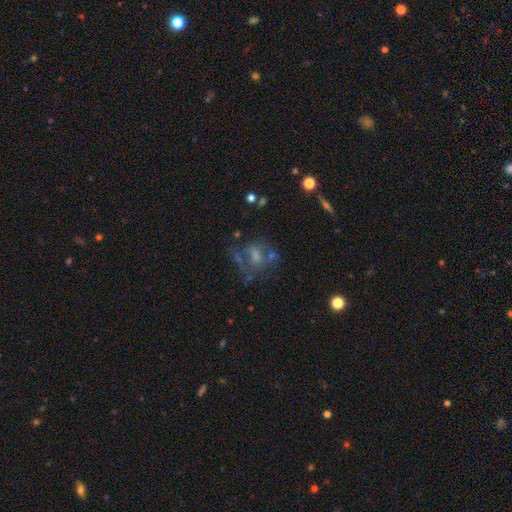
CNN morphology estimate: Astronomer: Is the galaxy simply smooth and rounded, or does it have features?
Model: featured or disk — 50%.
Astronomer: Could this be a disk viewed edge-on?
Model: no — 95%.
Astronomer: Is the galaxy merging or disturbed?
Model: none — 43% (runner-up: major disturbance, 29%).